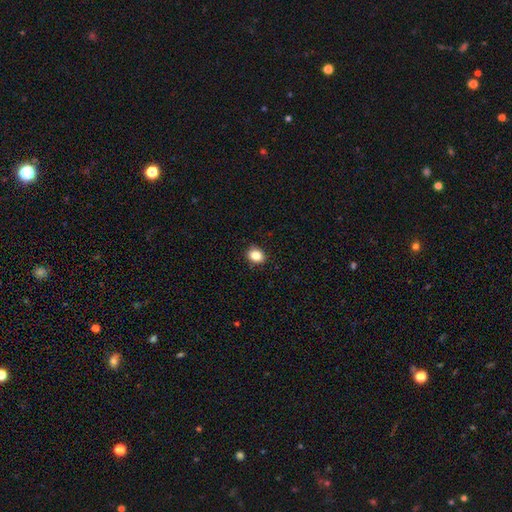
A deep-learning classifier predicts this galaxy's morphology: smooth-or-featured: smooth: 85% | star or artifact: 10% | featured or disk: 5%
  how-rounded: in between: 50% | round: 49% | cigar-shaped: 1%
  merging: none: 88% | minor disturbance: 9% | major disturbance: 2% | merger: 1%